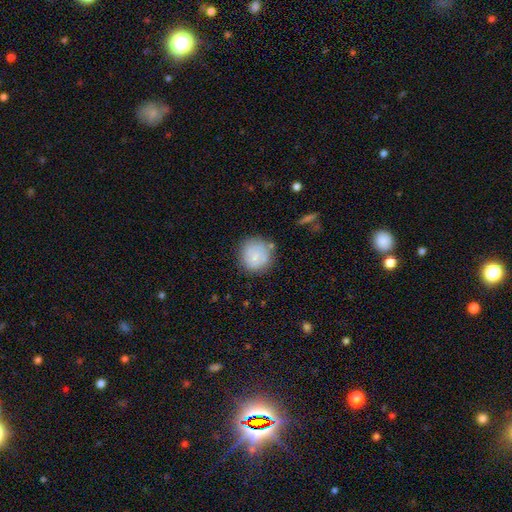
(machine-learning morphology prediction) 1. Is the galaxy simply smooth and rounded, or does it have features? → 75% smooth, 17% featured or disk, 8% star or artifact.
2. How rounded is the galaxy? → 91% round, 8% in between, 1% cigar-shaped.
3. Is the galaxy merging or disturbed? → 76% none, 14% minor disturbance, 5% major disturbance, 4% merger.